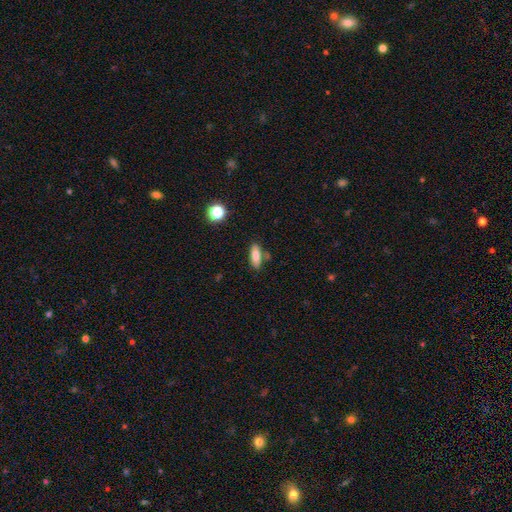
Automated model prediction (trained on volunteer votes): Morphology: type=smooth (77%); roundness=in between (64%); merging=none (76%).